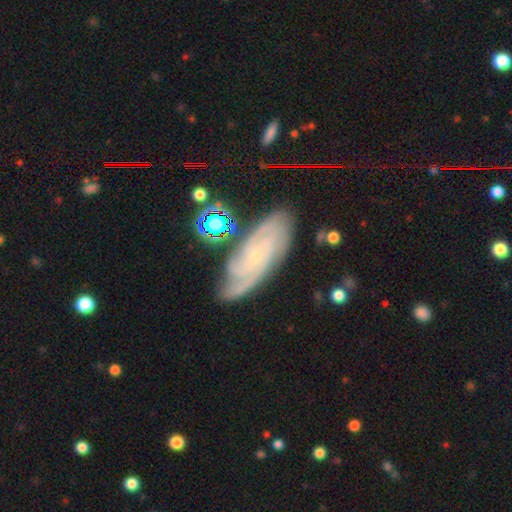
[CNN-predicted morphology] This is clearly a featured or disk galaxy (84%). It is clearly not viewed edge-on (92%). Bar: likely no (70%). Spiral arm pattern: clearly yes (97%). Spiral arm count: marginally can't tell (27%). Spiral winding: likely tight (73%). Central bulge: clearly small (84%). Merging: likely none (76%).